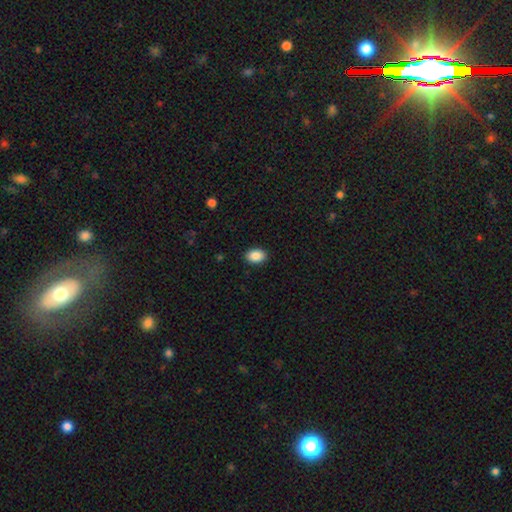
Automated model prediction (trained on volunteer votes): This appears to be a smooth galaxy with no disk features (89%) that is in between round and cigar-shaped (84%). Merging: none (90%).